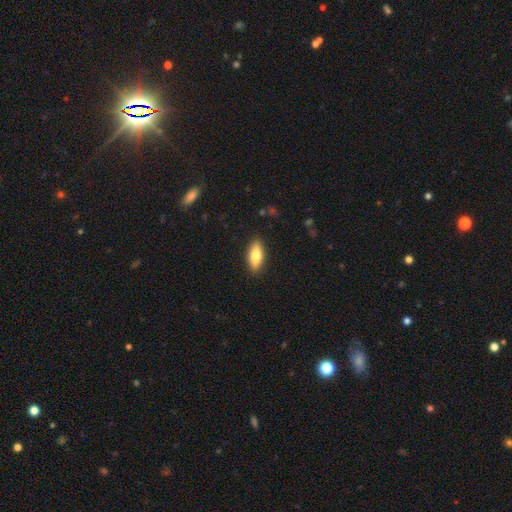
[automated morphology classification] Q: Smooth or featured?
A: smooth (76%); runner-up: featured or disk (18%)
Q: How rounded?
A: in between (77%); runner-up: cigar-shaped (21%)
Q: Merging?
A: none (88%); runner-up: minor disturbance (9%)